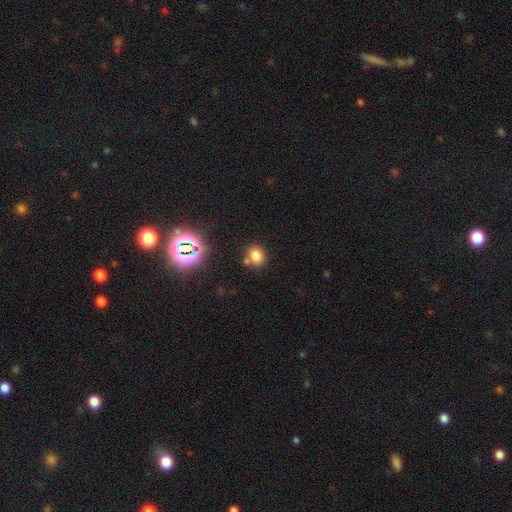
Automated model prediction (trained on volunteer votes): Morphology: type=smooth (75%); roundness=round (61%); merging=none (69%).